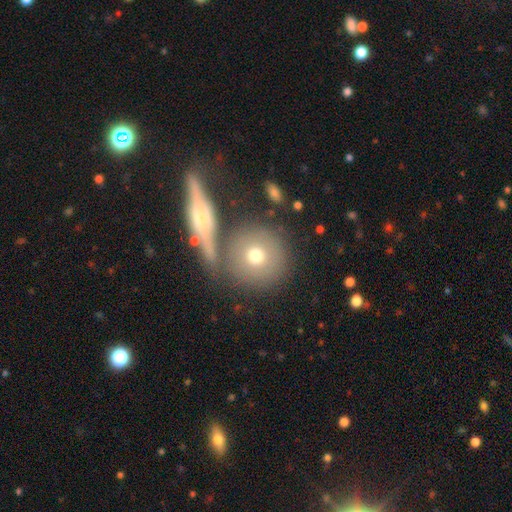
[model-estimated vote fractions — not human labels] Smooth or featured? Predicted: smooth (p=0.64). How rounded? Predicted: round (p=0.91). Merging? Predicted: none (p=0.72).